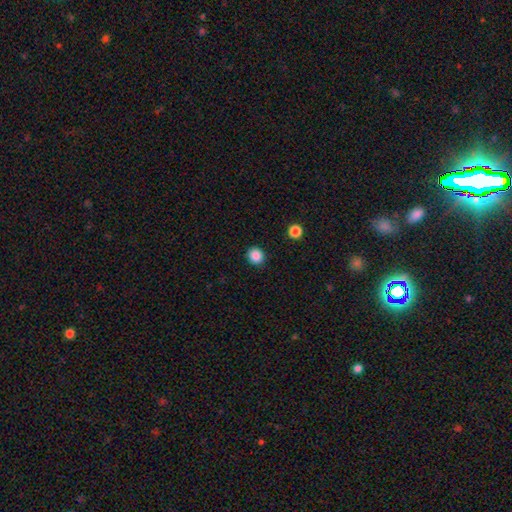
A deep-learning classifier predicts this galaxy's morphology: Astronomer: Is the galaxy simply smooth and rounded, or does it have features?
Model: smooth — 87%.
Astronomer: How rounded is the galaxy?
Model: round — 89%.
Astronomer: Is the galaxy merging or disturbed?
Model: none — 91%.